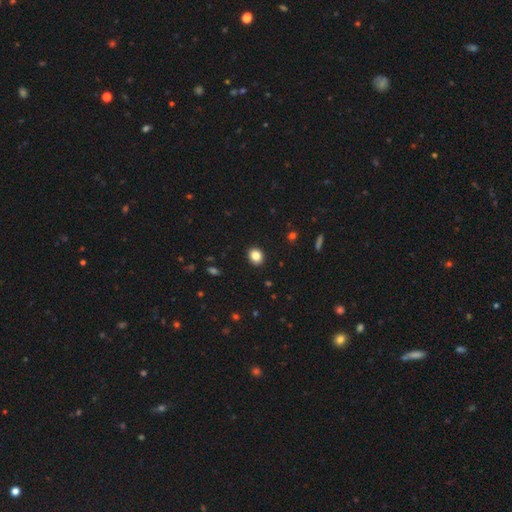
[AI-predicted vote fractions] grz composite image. It shows a smooth galaxy with no disk features (84%) that is round (60%). Merging: none (91%).